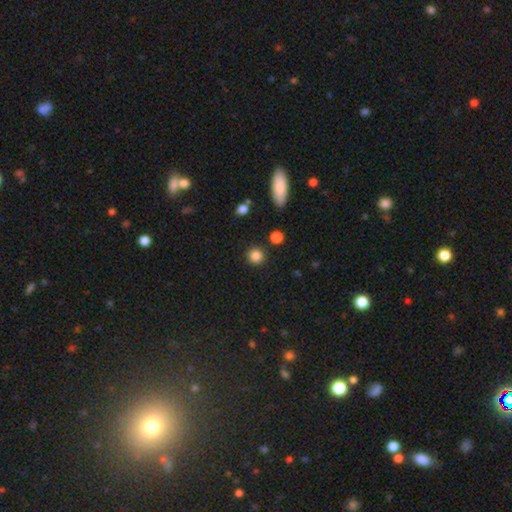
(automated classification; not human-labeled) smooth_or_featured: smooth (p=0.85) [alt: star or artifact p=0.11]
how_rounded: round (p=0.92) [alt: in between p=0.07]
merging: none (p=0.88) [alt: minor disturbance p=0.07]